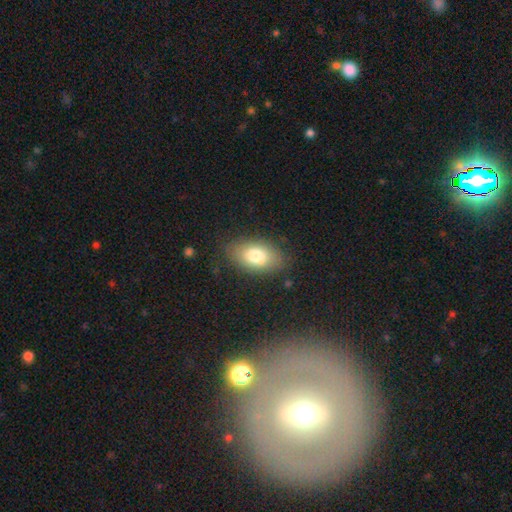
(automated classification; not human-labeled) smooth_or_featured: smooth (p=0.77) [alt: featured or disk p=0.15]
how_rounded: in between (p=0.90) [alt: round p=0.08]
merging: none (p=0.79) [alt: minor disturbance p=0.15]